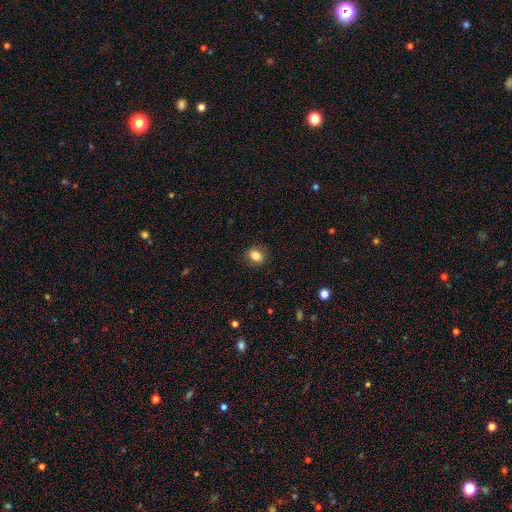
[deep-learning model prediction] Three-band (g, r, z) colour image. It shows a smooth galaxy with no disk features (85%) that is in between round and cigar-shaped (59%). Merging: none (85%).